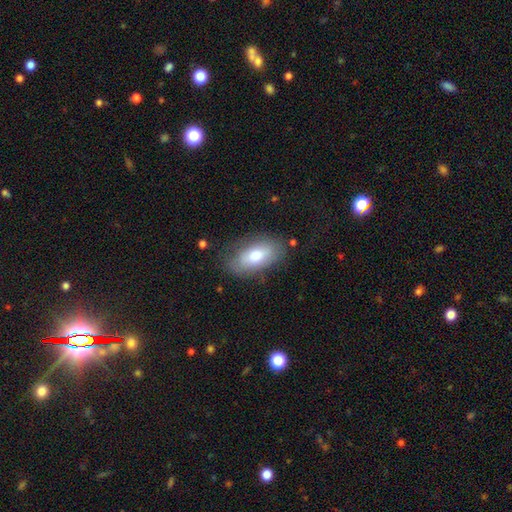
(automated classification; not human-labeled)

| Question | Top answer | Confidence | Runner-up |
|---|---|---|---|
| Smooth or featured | smooth | 70% | featured or disk (23%) |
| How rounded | in between | 92% | round (4%) |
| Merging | none | 75% | minor disturbance (18%) |